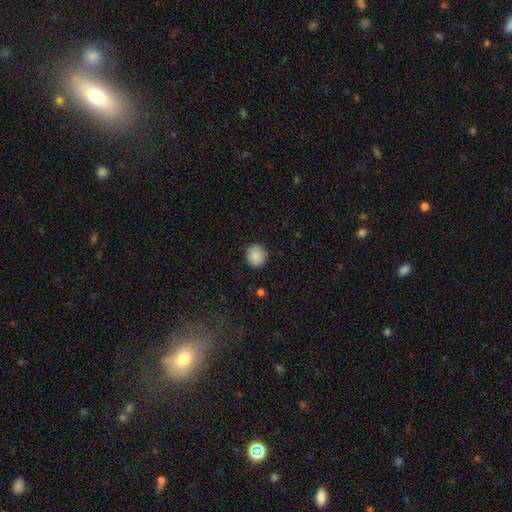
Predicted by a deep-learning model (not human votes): The model was most divided on "how rounded": round: 85%, in between: 14%, cigar-shaped: 1%. More confident: merging — none (89%); smooth or featured — smooth (88%).